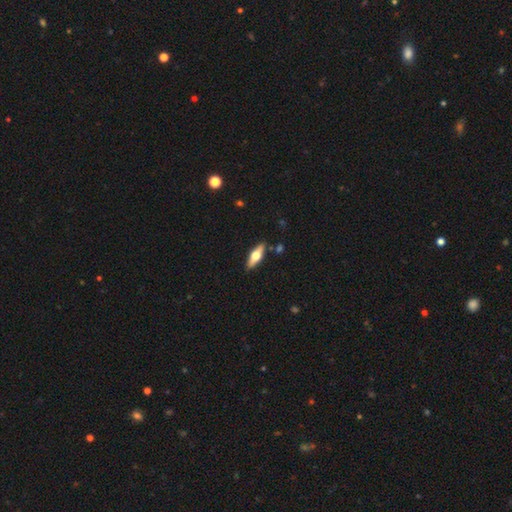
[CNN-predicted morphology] Q: Smooth or featured?
A: featured or disk (52%); runner-up: smooth (43%)
Q: Edge-on disk?
A: yes (91%); runner-up: no (9%)
Q: Merging?
A: none (87%); runner-up: minor disturbance (9%)